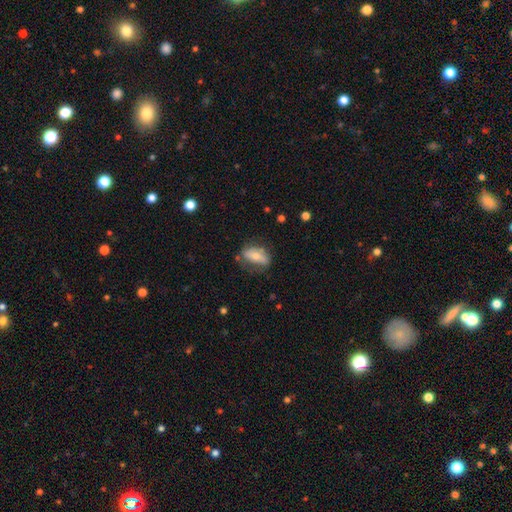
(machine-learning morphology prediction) A smooth galaxy with no disk features (60%) that is in between round and cigar-shaped (81%).

Vote fractions:
- Smooth or featured? smooth: 60% / featured or disk: 33% / star or artifact: 7%
- How rounded? in between: 81% / cigar-shaped: 13% / round: 6%
- Merging? none: 61% / minor disturbance: 25% / major disturbance: 11% / merger: 3%